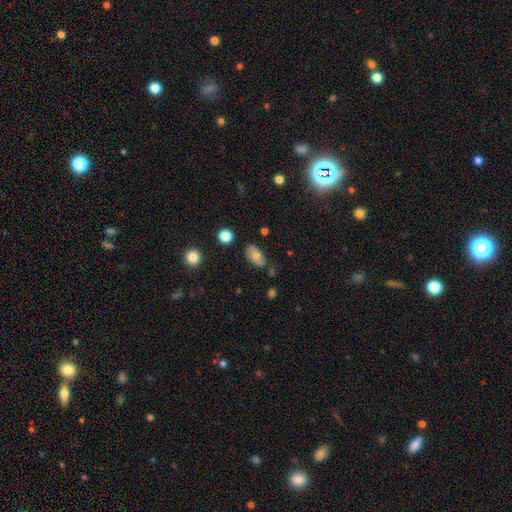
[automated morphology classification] This is likely a smooth galaxy (70%). How rounded: clearly in between (90%). Merging: likely none (68%).